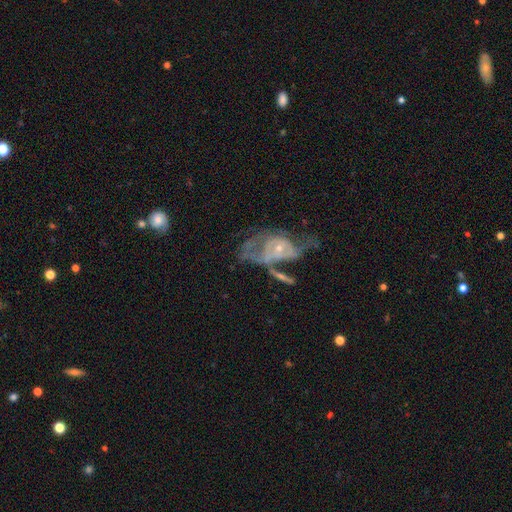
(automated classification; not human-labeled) This appears to be a featured or disk galaxy (62%) with no bar (65%), spiral arms (67%) and a small central bulge (61%). Merging: none (42%).